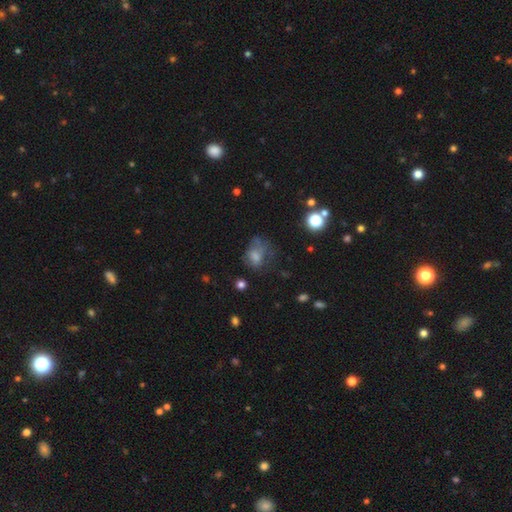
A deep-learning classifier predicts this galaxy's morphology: Smooth or featured: smooth — 53% (featured or disk — 25%)
How rounded: in between — 58% (round — 41%)
Merging: none — 39% (major disturbance — 31%)